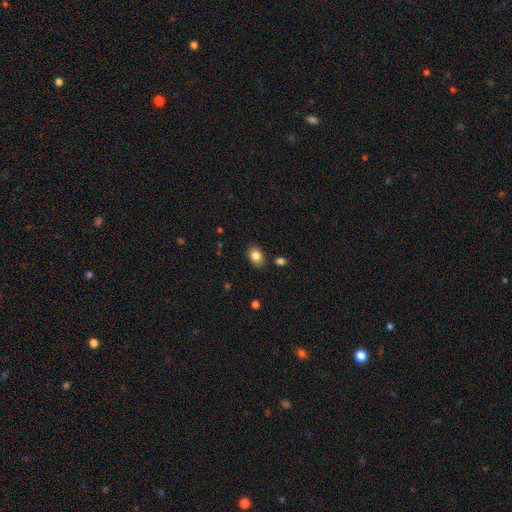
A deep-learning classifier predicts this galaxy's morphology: The model was most divided on "how rounded": in between: 74%, round: 25%, cigar-shaped: 1%. More confident: smooth or featured — smooth (84%); merging — none (83%).